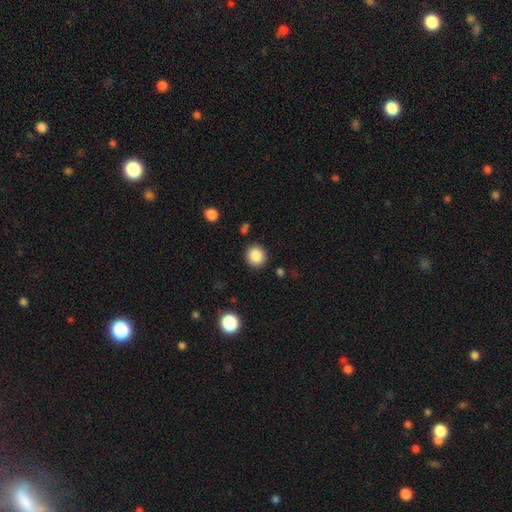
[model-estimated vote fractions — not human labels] This appears to be a smooth galaxy with no disk features (86%) that is round (91%). Merging: none (90%).